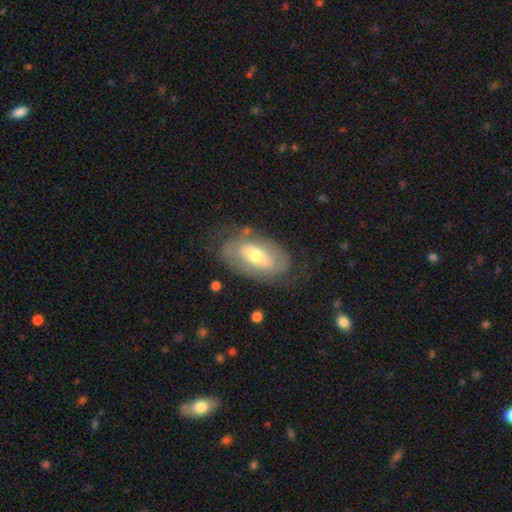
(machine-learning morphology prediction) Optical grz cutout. It shows a featured or disk galaxy (58%) with no bar (52%), spiral arms (51%) and a moderate central bulge (62%). Merging: none (69%).